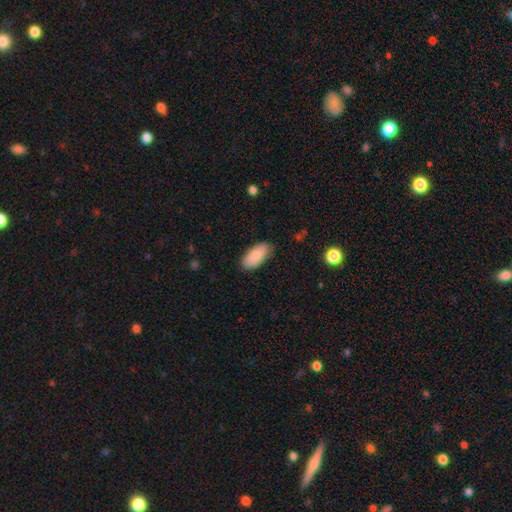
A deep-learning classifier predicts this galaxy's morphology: The model was most divided on "merging": none: 84%, minor disturbance: 13%, major disturbance: 2%, merger: 1%. More confident: how rounded — in between (92%); smooth or featured — smooth (87%).